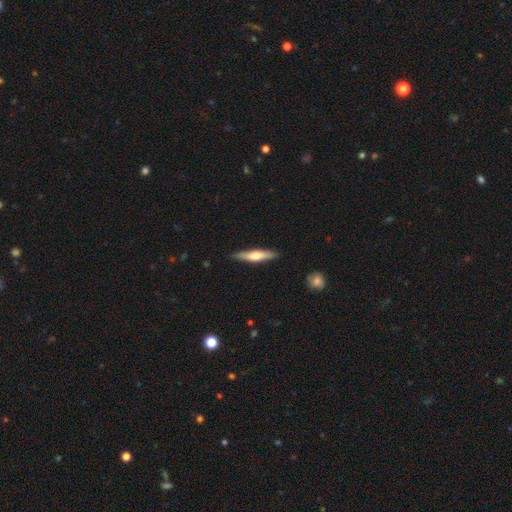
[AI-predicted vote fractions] Smooth or featured? Predicted: smooth (p=0.53). How rounded? Predicted: cigar-shaped (p=0.84). Merging? Predicted: none (p=0.86).